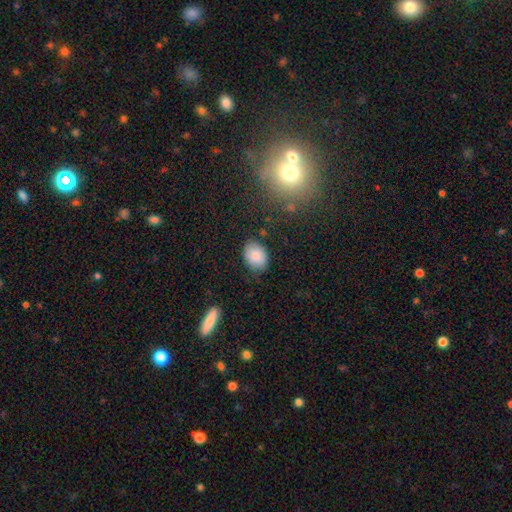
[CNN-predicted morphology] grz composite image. It shows a smooth galaxy with no disk features (86%) that is in between round and cigar-shaped (77%). Merging: none (80%).